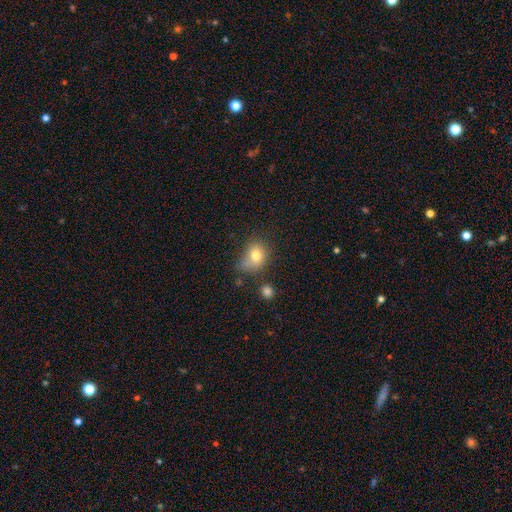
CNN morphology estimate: Smooth or featured?
  - smooth: 76% *
  - featured or disk: 12%
  - star or artifact: 12%
How rounded?
  - round: 52% *
  - in between: 47%
  - cigar-shaped: 1%
Merging?
  - none: 42% *
  - minor disturbance: 33%
  - major disturbance: 17%
  - merger: 8%